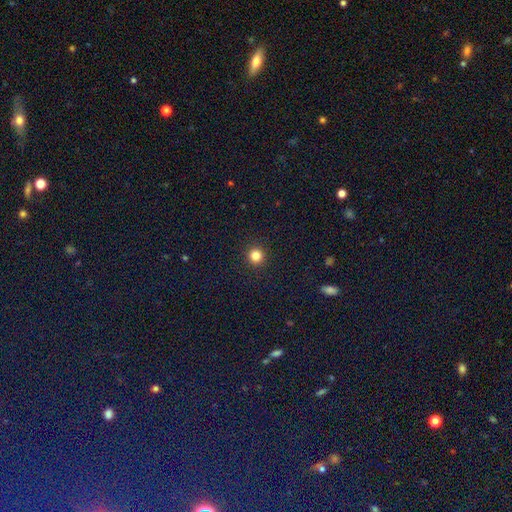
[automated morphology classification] Smooth or featured: smooth — 83% (star or artifact — 13%)
How rounded: round — 95% (in between — 4%)
Merging: none — 93% (minor disturbance — 4%)